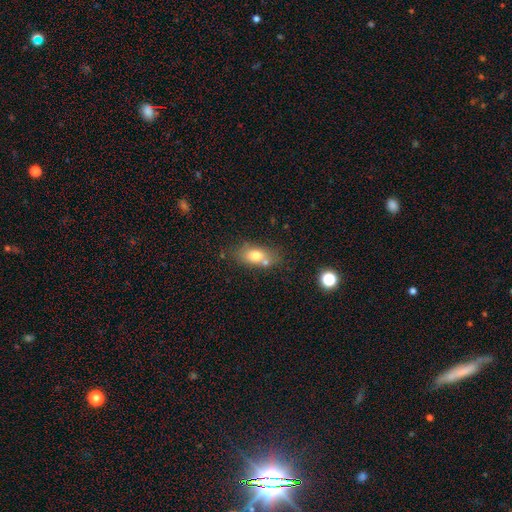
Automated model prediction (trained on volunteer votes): Smooth or featured?
  - smooth: 73% *
  - featured or disk: 17%
  - star or artifact: 9%
How rounded?
  - in between: 80% *
  - round: 14%
  - cigar-shaped: 6%
Merging?
  - none: 58% *
  - merger: 20%
  - minor disturbance: 16%
  - major disturbance: 5%